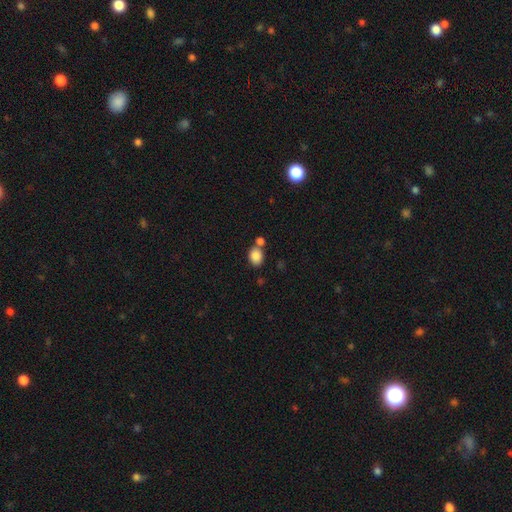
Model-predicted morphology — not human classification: This appears to be a smooth galaxy with no disk features (85%) that is in between round and cigar-shaped (53%). Merging: none (61%).